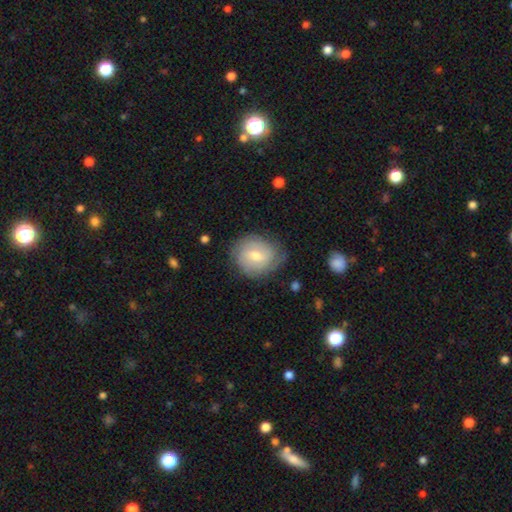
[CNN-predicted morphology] Smooth or featured?
  - featured or disk: 51% *
  - smooth: 42%
  - star or artifact: 8%
Edge-on disk?
  - no: 96% *
  - yes: 4%
Merging?
  - none: 69% *
  - minor disturbance: 23%
  - major disturbance: 7%
  - merger: 1%